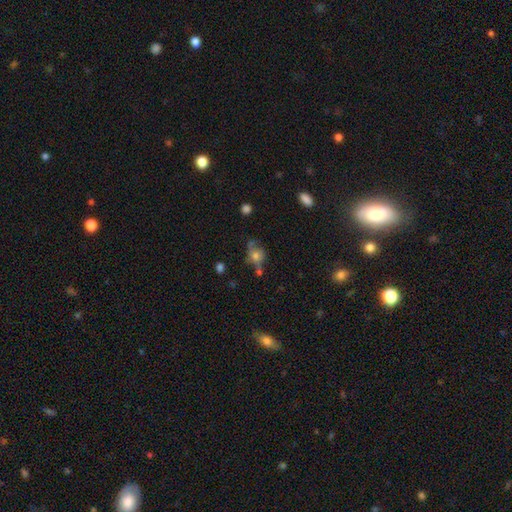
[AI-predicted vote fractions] Morphology: type=smooth (55%); roundness=round (54%); merging=none (41%).